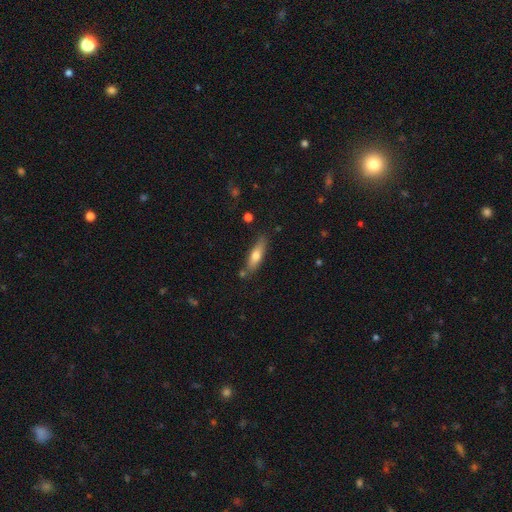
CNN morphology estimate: A smooth galaxy with no disk features (64%) that is cigar-shaped (63%). Merging: none (77%).